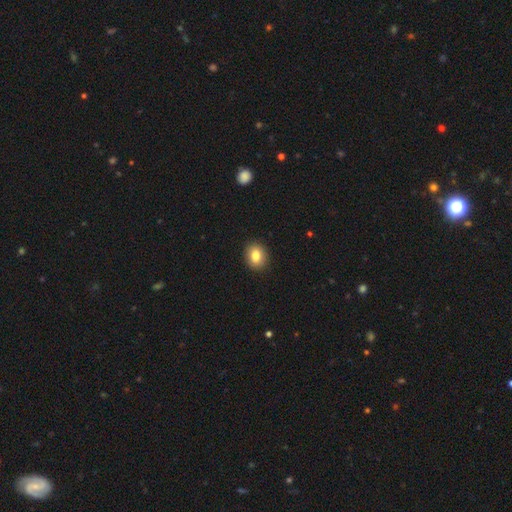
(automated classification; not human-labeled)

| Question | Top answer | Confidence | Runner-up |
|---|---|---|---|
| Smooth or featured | smooth | 83% | star or artifact (9%) |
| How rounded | round | 51% | in between (48%) |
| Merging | none | 91% | minor disturbance (6%) |